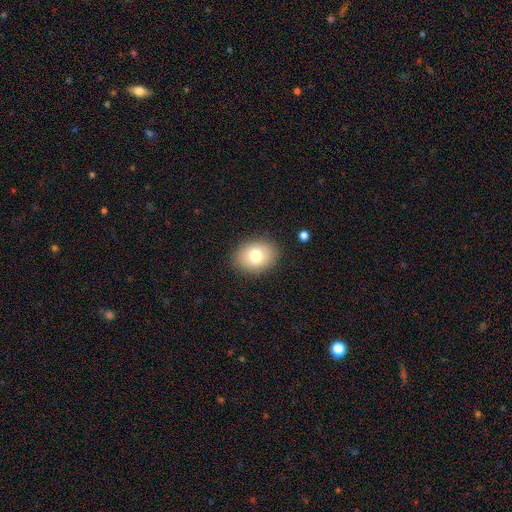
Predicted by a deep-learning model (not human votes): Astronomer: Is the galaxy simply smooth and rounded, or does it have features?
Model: smooth — 78%.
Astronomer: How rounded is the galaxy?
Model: in between — 62%.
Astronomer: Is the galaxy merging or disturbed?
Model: none — 87%.